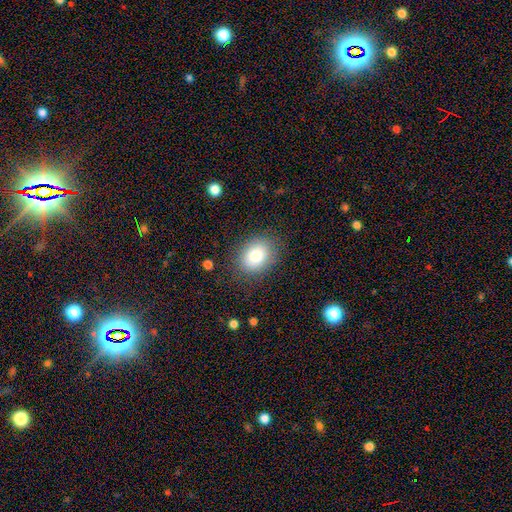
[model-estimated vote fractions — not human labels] smooth-or-featured: smooth: 79% | featured or disk: 11% | star or artifact: 10%
  how-rounded: in between: 56% | round: 43% | cigar-shaped: 1%
  merging: none: 82% | minor disturbance: 12% | major disturbance: 4% | merger: 1%